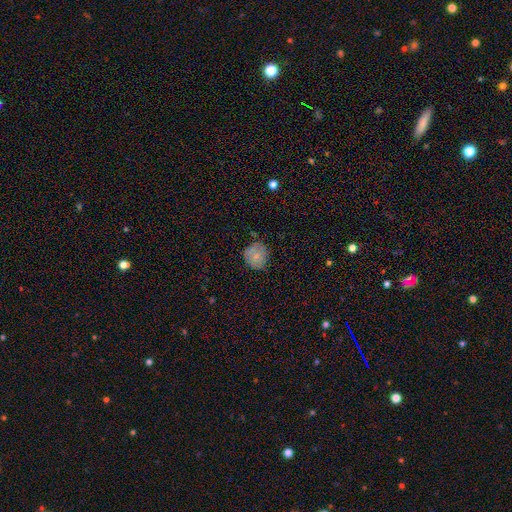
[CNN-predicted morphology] Smooth or featured: smooth — 75% (featured or disk — 16%)
How rounded: round — 85% (in between — 14%)
Merging: none — 70% (minor disturbance — 23%)